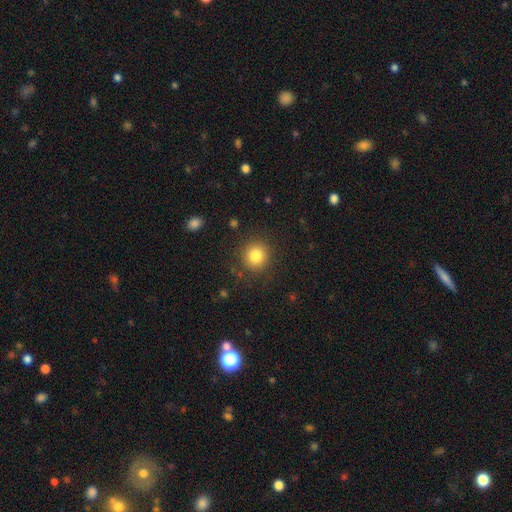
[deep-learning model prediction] Smooth or featured? Predicted: smooth (p=0.82). How rounded? Predicted: round (p=0.91). Merging? Predicted: none (p=0.88).